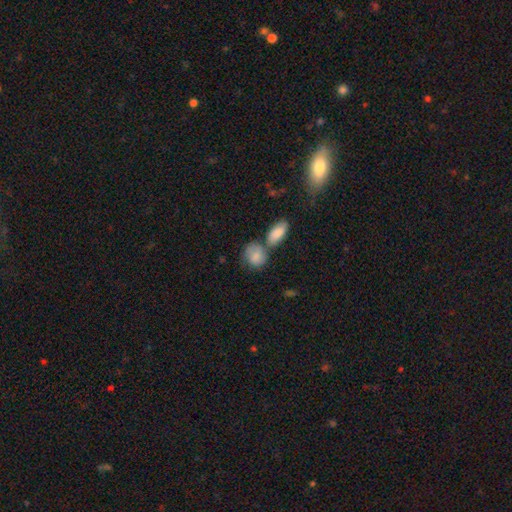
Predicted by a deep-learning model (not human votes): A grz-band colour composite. It shows a smooth galaxy with no disk features (80%) that is in between round and cigar-shaped (50%). Merging: merger (39%).